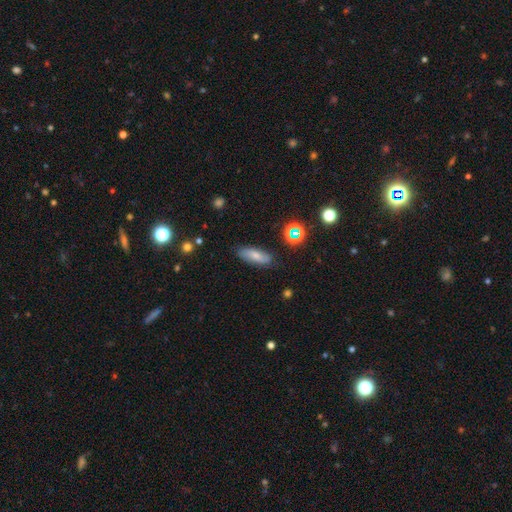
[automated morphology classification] smooth 68%, featured or disk 21%, star or artifact 10%. Down the decision tree: how rounded — in between (65%); merging — none (79%).